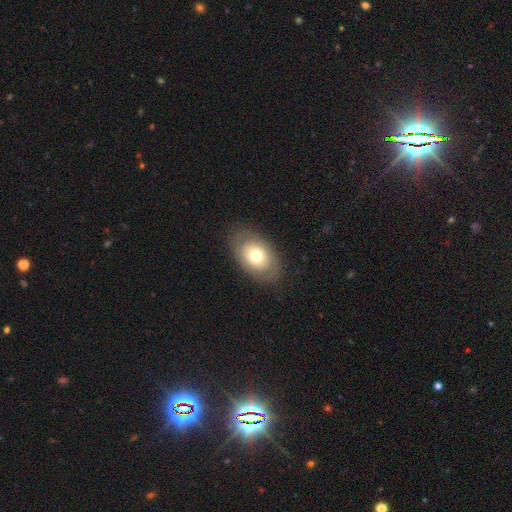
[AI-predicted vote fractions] Overall: smooth (65%; featured or disk 27%). How rounded: in between (84%). Merging: none (84%).